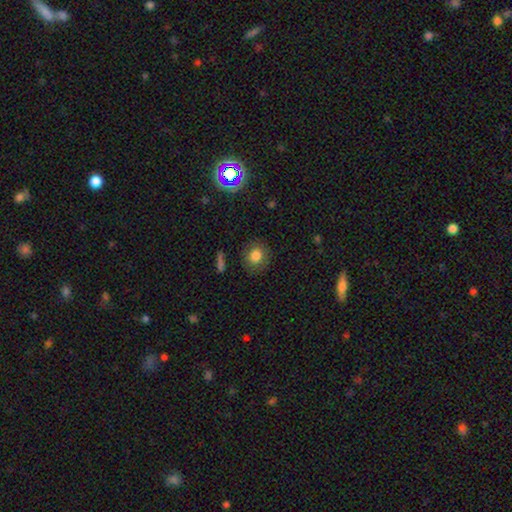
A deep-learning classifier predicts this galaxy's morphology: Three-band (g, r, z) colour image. It shows a smooth galaxy with no disk features (80%) that is round (76%). Merging: none (84%).